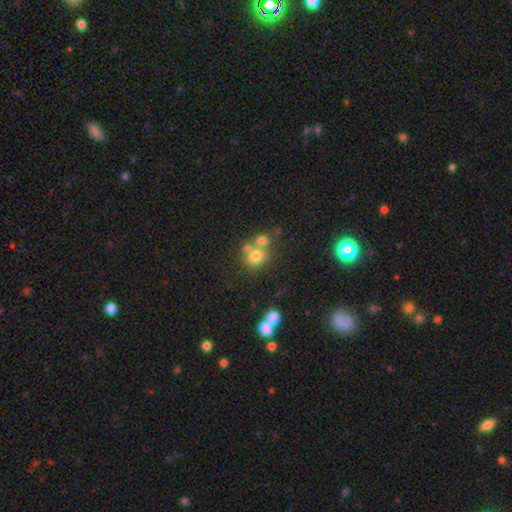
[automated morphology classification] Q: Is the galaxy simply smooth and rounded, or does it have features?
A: smooth — 69%.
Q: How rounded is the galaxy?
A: round — 81%.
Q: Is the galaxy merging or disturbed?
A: none — 47%.